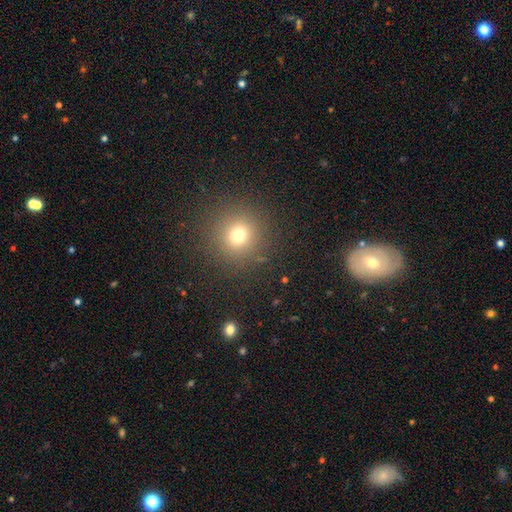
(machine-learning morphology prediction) smooth 59%, star or artifact 31%, featured or disk 10%. Down the decision tree: how rounded — round (93%); merging — none (90%).